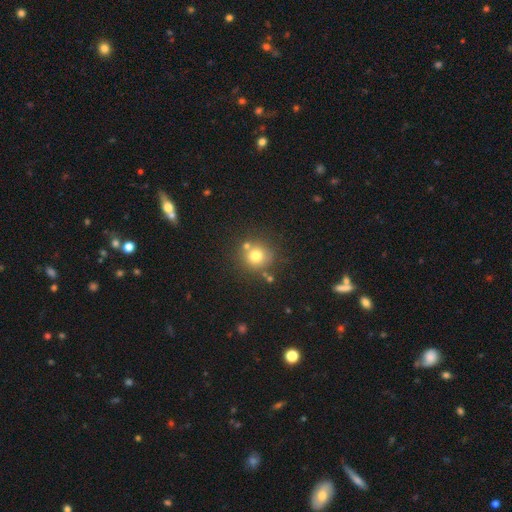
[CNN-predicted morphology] Smooth or featured: smooth — 74% (star or artifact — 14%)
How rounded: round — 90% (in between — 9%)
Merging: none — 71% (merger — 14%)